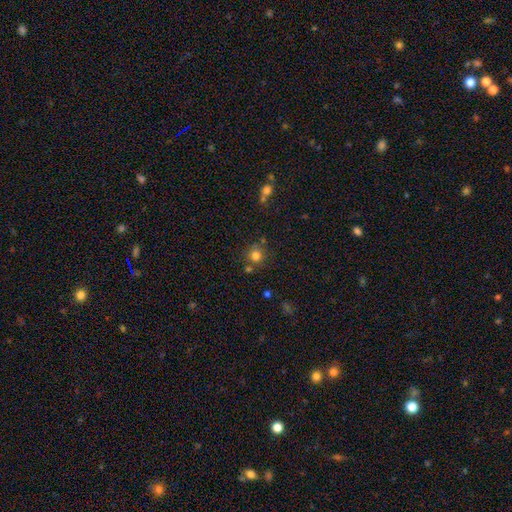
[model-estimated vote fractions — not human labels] A smooth galaxy with no disk features (78%) that is round (92%).

Vote fractions:
- Smooth or featured? smooth: 78% / star or artifact: 14% / featured or disk: 7%
- How rounded? round: 92% / in between: 8% / cigar-shaped: 1%
- Merging? none: 74% / merger: 13% / minor disturbance: 10% / major disturbance: 4%